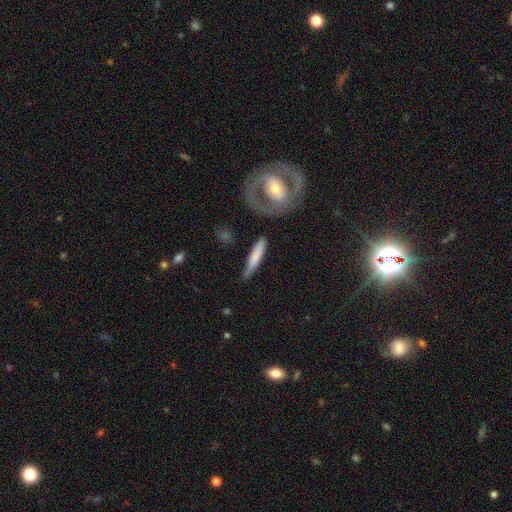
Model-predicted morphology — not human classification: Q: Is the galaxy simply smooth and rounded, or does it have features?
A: smooth — 63%.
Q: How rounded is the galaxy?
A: cigar-shaped — 87%.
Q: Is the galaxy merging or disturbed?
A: none — 65%.